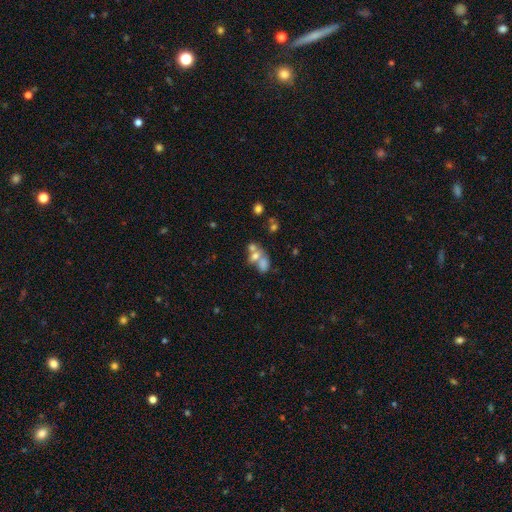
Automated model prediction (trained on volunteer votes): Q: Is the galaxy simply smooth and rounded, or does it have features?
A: smooth — 58%.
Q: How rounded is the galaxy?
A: in between — 65%.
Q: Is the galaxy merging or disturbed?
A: merger — 63%.